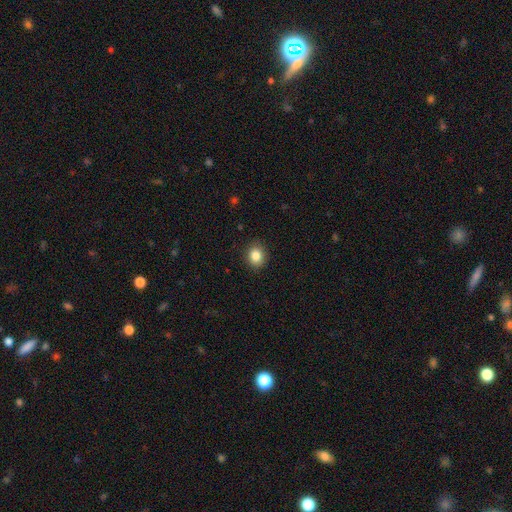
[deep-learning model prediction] Smooth or featured? Predicted: smooth (p=0.85). How rounded? Predicted: round (p=0.71). Merging? Predicted: none (p=0.89).